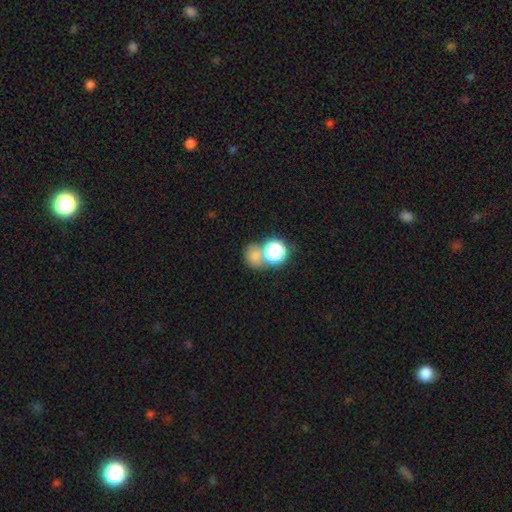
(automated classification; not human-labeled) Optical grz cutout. It shows a smooth galaxy with no disk features (71%) that is round (69%). Merging: none (46%).